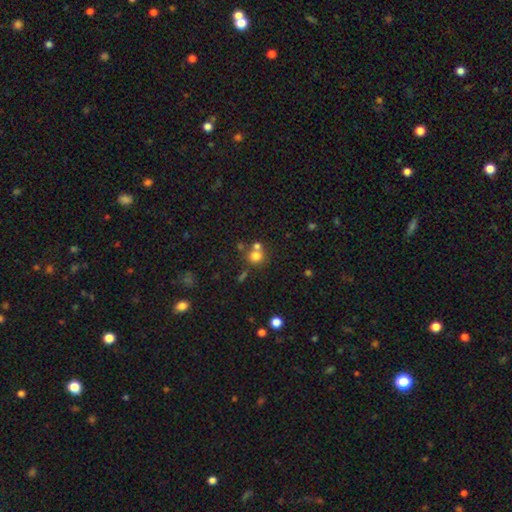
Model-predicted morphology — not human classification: Overall: smooth (74%). How rounded: round (87%). Merging: none (54%; merger 35%).